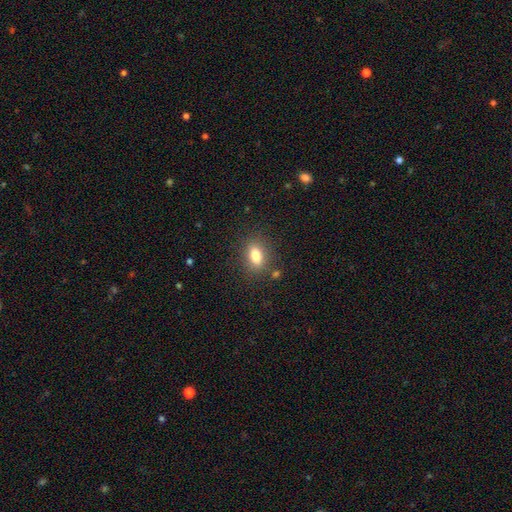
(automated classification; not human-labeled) This is clearly a smooth galaxy (81%). How rounded: clearly in between (82%). Merging: clearly none (84%).